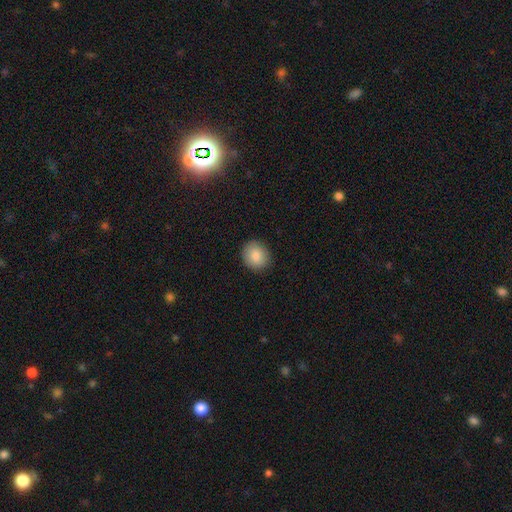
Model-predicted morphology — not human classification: This is clearly a smooth galaxy (86%). How rounded: likely round (79%). Merging: clearly none (89%).